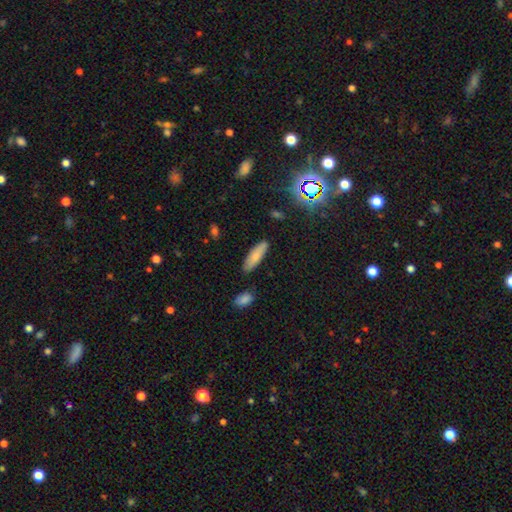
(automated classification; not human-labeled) Morphology: type=smooth (76%); roundness=cigar-shaped (53%); merging=none (83%).